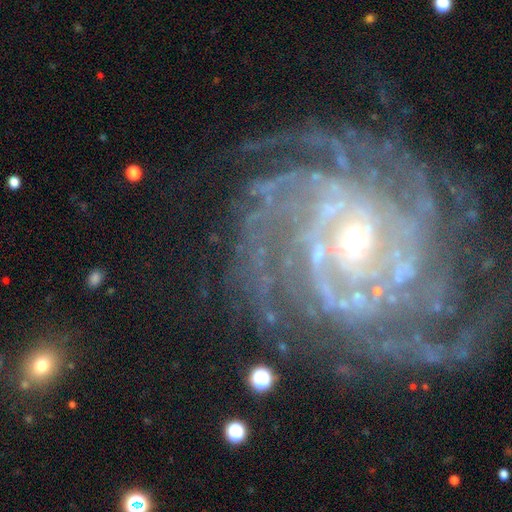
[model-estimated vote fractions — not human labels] Morphology: type=featured or disk (91%); edge-on=no (98%); bar=no (59%); spiral arms=yes (98%); winding=tight (72%); arm count=more than 4 (22%); bulge=small (66%); merging=none (72%).